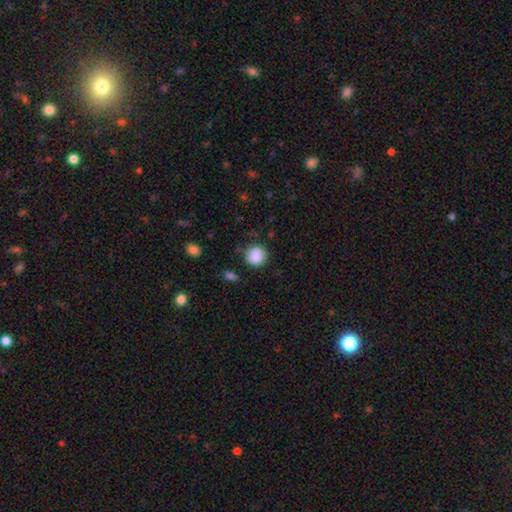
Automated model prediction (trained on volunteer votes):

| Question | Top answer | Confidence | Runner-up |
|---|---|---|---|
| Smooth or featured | smooth | 85% | star or artifact (8%) |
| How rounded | round | 89% | in between (10%) |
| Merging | none | 82% | minor disturbance (13%) |